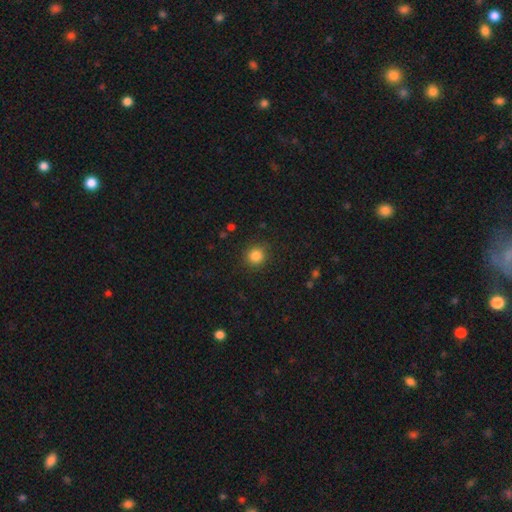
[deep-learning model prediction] smooth-or-featured: smooth: 84% | star or artifact: 11% | featured or disk: 4%
  how-rounded: round: 91% | in between: 8% | cigar-shaped: 1%
  merging: none: 90% | minor disturbance: 7% | major disturbance: 2% | merger: 1%